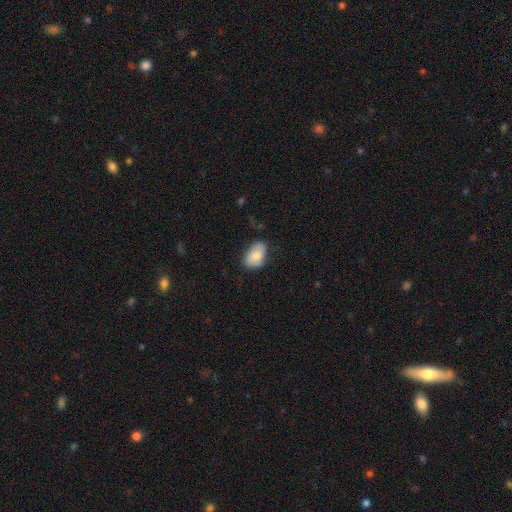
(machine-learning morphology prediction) This appears to be a smooth galaxy with no disk features (78%) that is in between round and cigar-shaped (88%). Merging: none (65%).